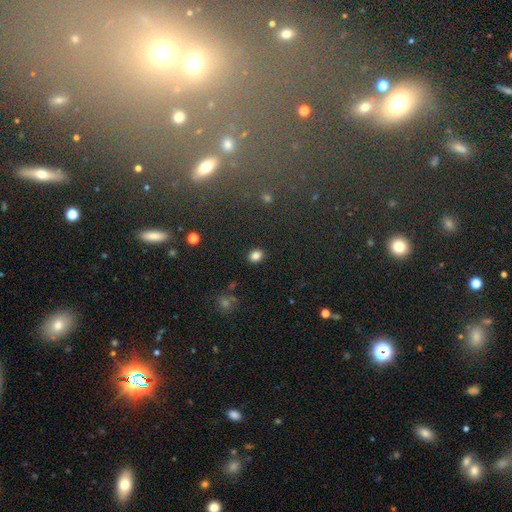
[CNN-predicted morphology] A smooth galaxy with no disk features (83%) that is round (54%). Merging: none (89%).